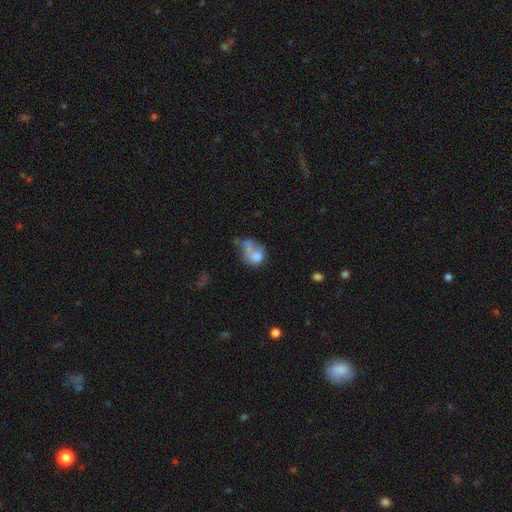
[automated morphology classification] A smooth galaxy with no disk features (62%) that is in between round and cigar-shaped (51%).

Vote fractions:
- Smooth or featured? smooth: 62% / featured or disk: 26% / star or artifact: 11%
- How rounded? in between: 51% / round: 48% / cigar-shaped: 1%
- Merging? merger: 34% / major disturbance: 24% / none: 23% / minor disturbance: 18%